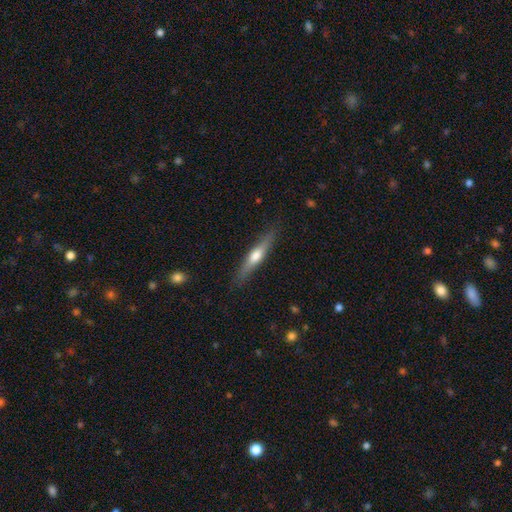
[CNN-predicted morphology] Smooth or featured? Predicted: featured or disk (p=0.48). Merging? Predicted: none (p=0.86).